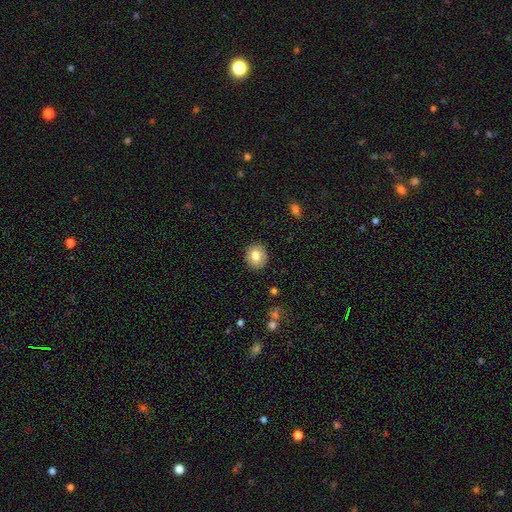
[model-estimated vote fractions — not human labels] Morphology: type=smooth (78%); roundness=round (81%); merging=none (90%).